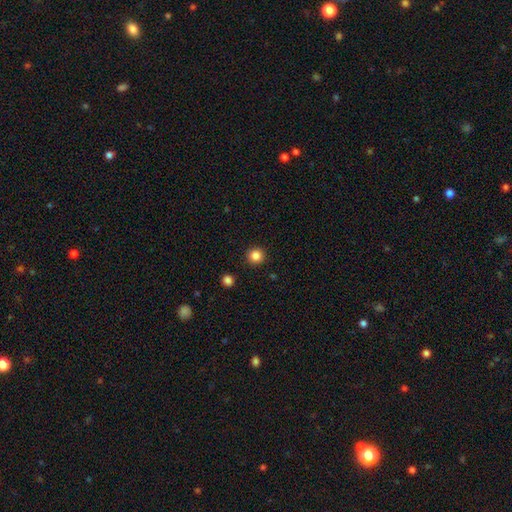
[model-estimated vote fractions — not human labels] Smooth or featured?
  - smooth: 85% *
  - star or artifact: 11%
  - featured or disk: 4%
How rounded?
  - round: 95% *
  - in between: 4%
  - cigar-shaped: 1%
Merging?
  - none: 93% *
  - minor disturbance: 4%
  - major disturbance: 2%
  - merger: 1%